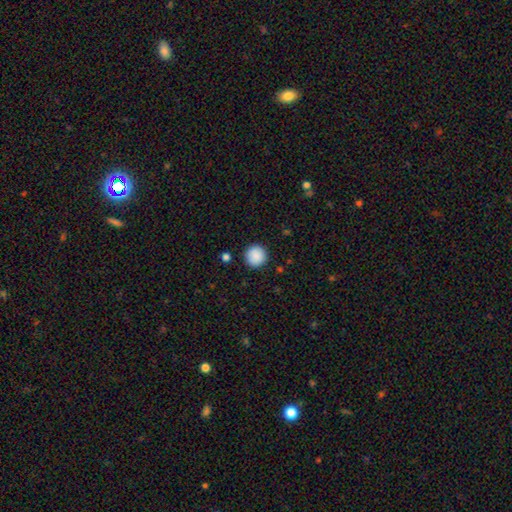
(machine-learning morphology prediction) A smooth galaxy with no disk features (89%) that is round (95%).

Vote fractions:
- Smooth or featured? smooth: 89% / star or artifact: 8% / featured or disk: 3%
- How rounded? round: 95% / in between: 4% / cigar-shaped: 1%
- Merging? none: 91% / minor disturbance: 6% / major disturbance: 2% / merger: 1%